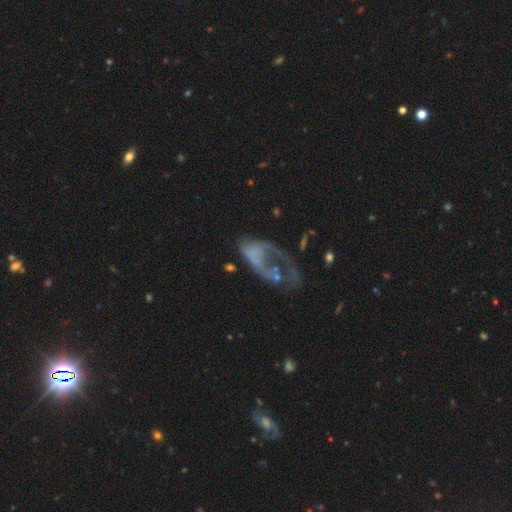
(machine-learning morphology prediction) A featured or disk galaxy (60%) with no bar (90%), no spiral arms (74%) and no central bulge (76%).

Vote fractions:
- Smooth or featured? featured or disk: 60% / smooth: 27% / star or artifact: 13%
- Edge-on disk? no: 97% / yes: 3%
- Bar? no: 90% / weak: 8% / strong: 2%
- Spiral arms? no: 74% / yes: 26%
- Bulge size? none: 76% / small: 12% / moderate: 7% / large: 3% / dominant: 2%
- Merging? major disturbance: 55% / none: 21% / minor disturbance: 13% / merger: 11%